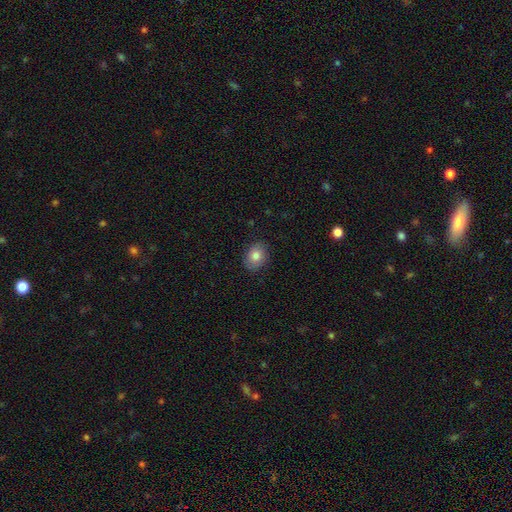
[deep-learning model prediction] smooth_or_featured: smooth (p=0.81) [alt: featured or disk p=0.11]
how_rounded: in between (p=0.59) [alt: round p=0.40]
merging: none (p=0.85) [alt: minor disturbance p=0.11]